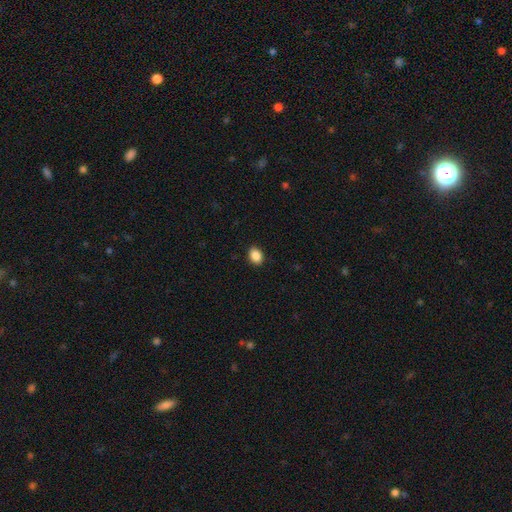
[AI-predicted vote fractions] This appears to be a smooth galaxy with no disk features (89%) that is in between round and cigar-shaped (67%). Merging: none (90%).